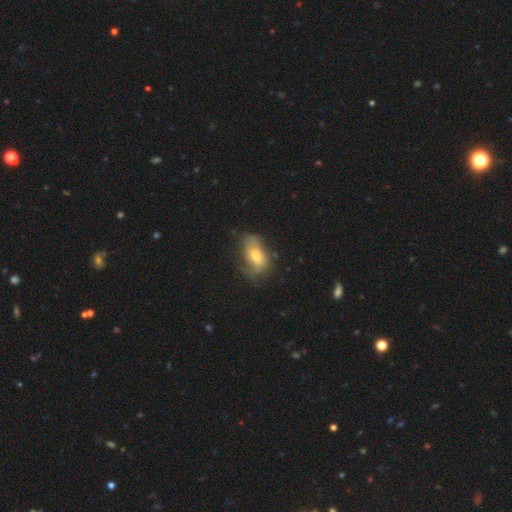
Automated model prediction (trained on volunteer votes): Morphology: type=smooth (52%); roundness=in between (86%); merging=none (51%).